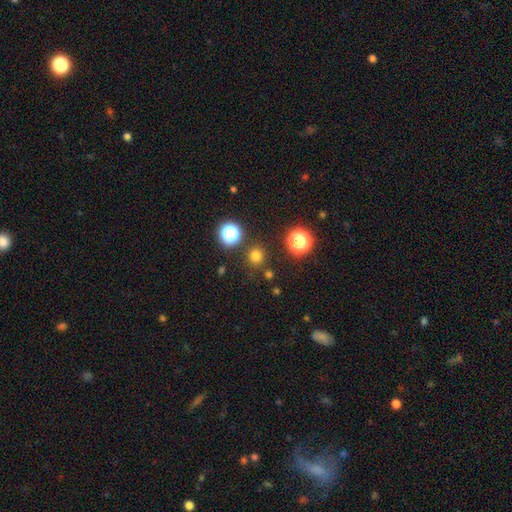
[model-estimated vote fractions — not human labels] Smooth or featured: smooth — 74% (star or artifact — 21%)
How rounded: round — 92% (in between — 7%)
Merging: none — 86% (minor disturbance — 7%)